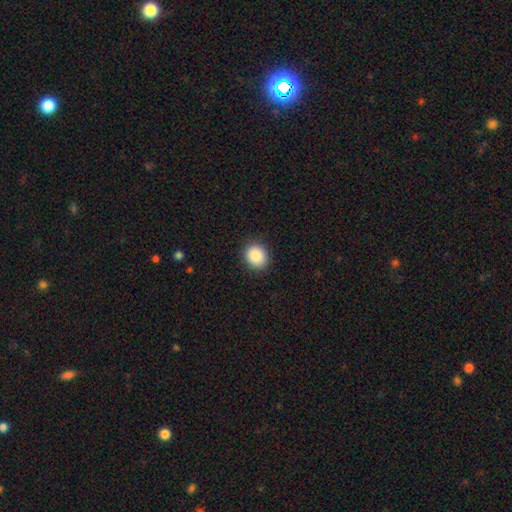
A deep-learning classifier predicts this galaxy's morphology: Q: Smooth or featured?
A: smooth (88%); runner-up: star or artifact (8%)
Q: How rounded?
A: round (71%); runner-up: in between (28%)
Q: Merging?
A: none (90%); runner-up: minor disturbance (7%)